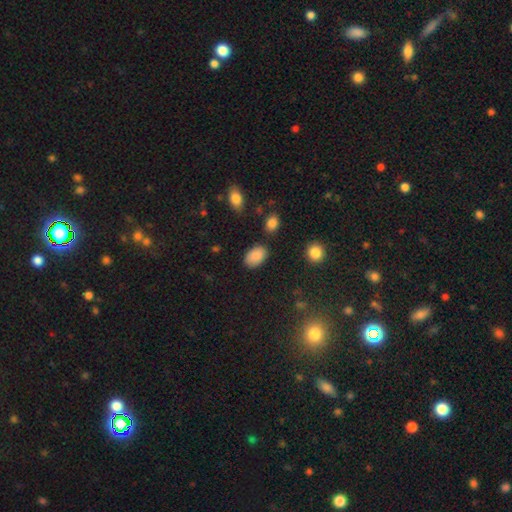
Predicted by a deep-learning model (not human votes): Smooth or featured?
  - smooth: 88% *
  - star or artifact: 8%
  - featured or disk: 5%
How rounded?
  - in between: 91% *
  - round: 8%
  - cigar-shaped: 1%
Merging?
  - none: 81% *
  - minor disturbance: 12%
  - major disturbance: 3%
  - merger: 3%